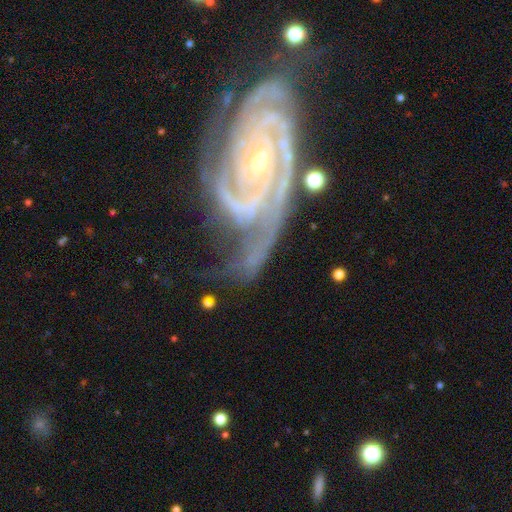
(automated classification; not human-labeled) This appears to be a featured or disk galaxy (82%) with no bar (47%), 2 (43%) tight (56%) spiral arms (92%) and a small central bulge (61%). Merging: none (44%).